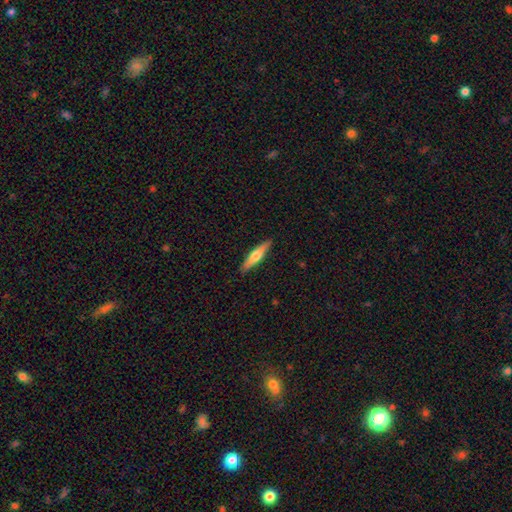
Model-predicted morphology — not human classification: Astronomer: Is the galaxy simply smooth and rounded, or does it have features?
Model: smooth — 48% (runner-up: featured or disk, 46%).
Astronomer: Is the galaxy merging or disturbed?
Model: none — 90%.